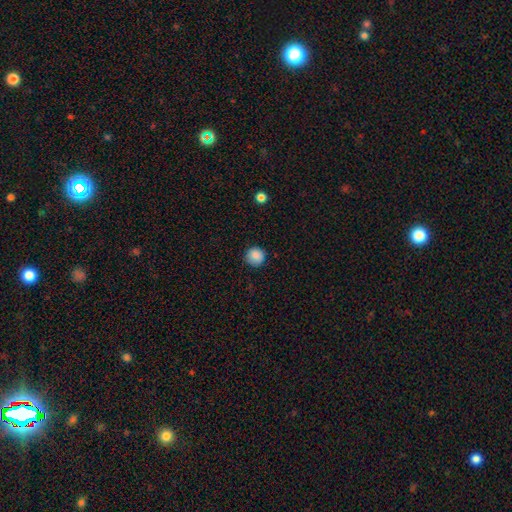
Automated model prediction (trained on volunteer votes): This is clearly a smooth galaxy (87%). How rounded: clearly round (94%). Merging: clearly none (87%).